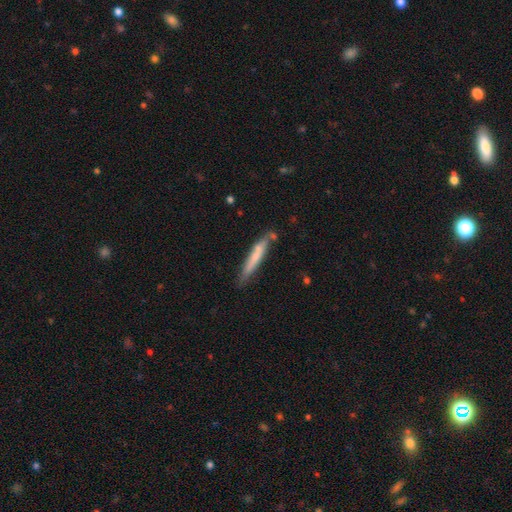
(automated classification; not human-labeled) This is likely a smooth galaxy (61%). How rounded: clearly cigar-shaped (94%). Merging: likely none (72%).